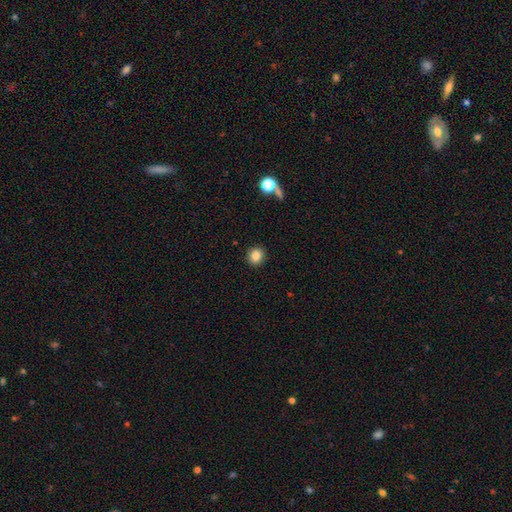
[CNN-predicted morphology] Overall: smooth (85%). How rounded: round (81%). Merging: none (91%).